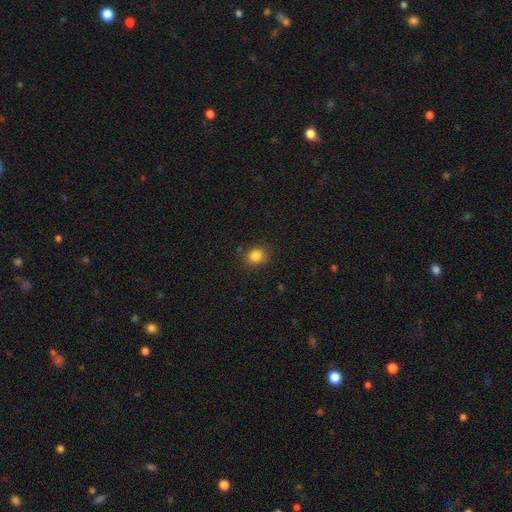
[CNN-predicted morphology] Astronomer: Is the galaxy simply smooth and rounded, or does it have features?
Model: smooth — 84%.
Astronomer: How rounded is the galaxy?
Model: round — 70%.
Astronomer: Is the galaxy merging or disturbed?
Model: none — 83%.